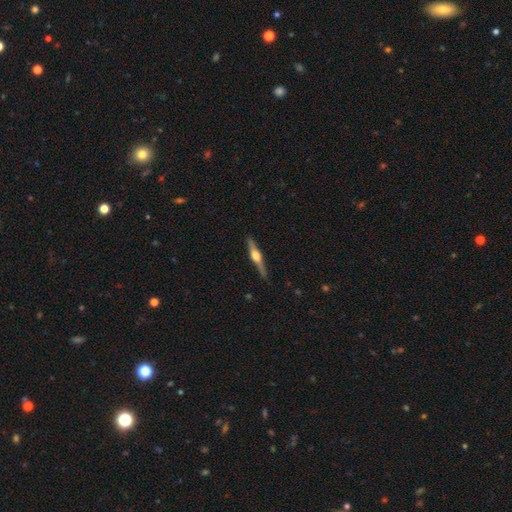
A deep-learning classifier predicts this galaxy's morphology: type=featured or disk (73%); edge-on=yes (98%); edge-on bulge=rounded (92%); merging=none (87%).